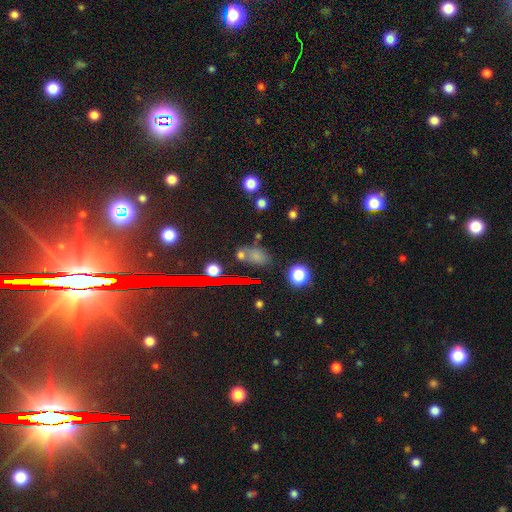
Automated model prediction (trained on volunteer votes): This is likely a smooth galaxy (61%). How rounded: likely in between (68%). Merging: likely none (64%).